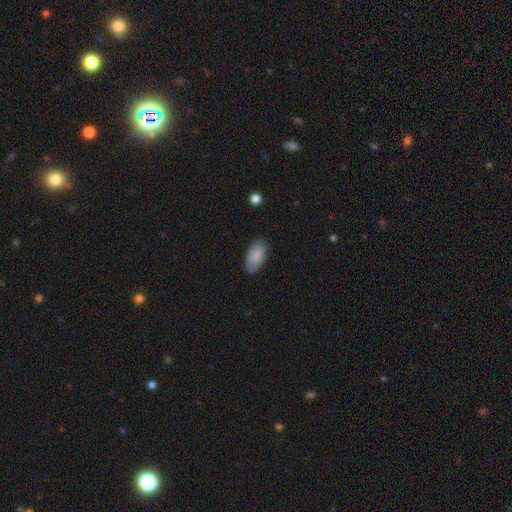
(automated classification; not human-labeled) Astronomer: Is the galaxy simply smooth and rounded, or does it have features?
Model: smooth — 86%.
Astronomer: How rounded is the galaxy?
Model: in between — 94%.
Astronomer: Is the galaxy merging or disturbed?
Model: none — 79%.